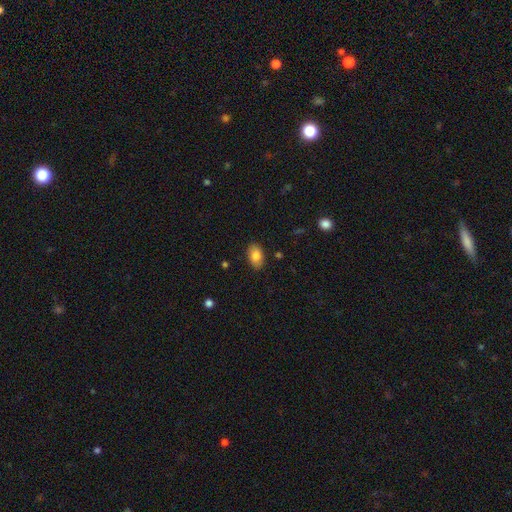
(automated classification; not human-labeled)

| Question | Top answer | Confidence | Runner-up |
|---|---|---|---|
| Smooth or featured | smooth | 82% | featured or disk (11%) |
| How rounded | in between | 90% | round (9%) |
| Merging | none | 87% | minor disturbance (10%) |